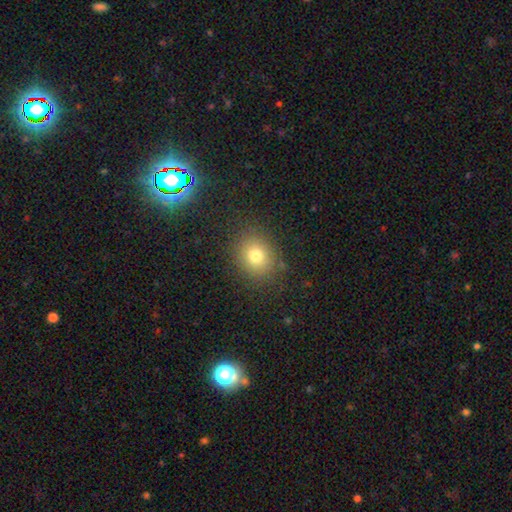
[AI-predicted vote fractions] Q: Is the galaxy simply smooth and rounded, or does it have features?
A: smooth — 76%.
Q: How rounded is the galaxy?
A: round — 69%.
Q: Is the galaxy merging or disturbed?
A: none — 85%.